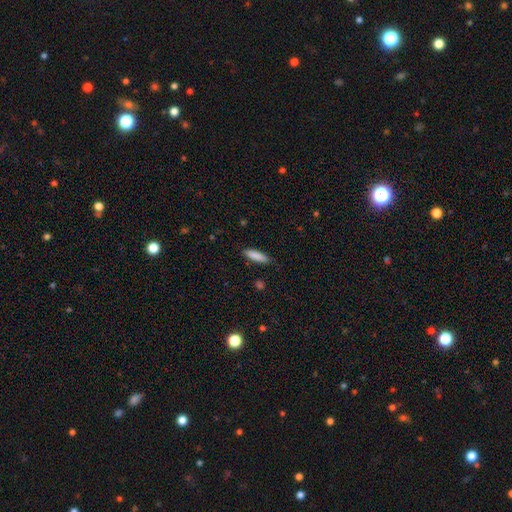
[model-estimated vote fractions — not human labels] Smooth or featured? smooth (86%)
How rounded? cigar-shaped (66%)
Merging? none (84%)